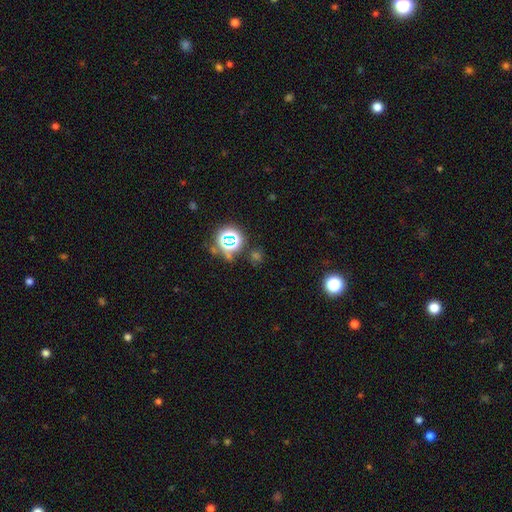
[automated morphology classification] smooth_or_featured: star or artifact (p=0.61) [alt: smooth p=0.31]